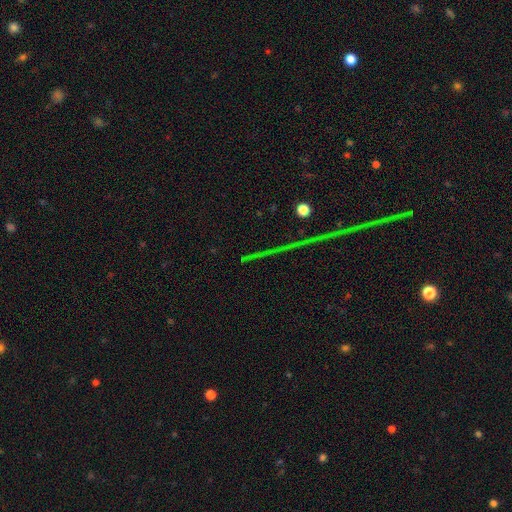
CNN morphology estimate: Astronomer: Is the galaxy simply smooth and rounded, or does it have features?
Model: star or artifact — 80%.